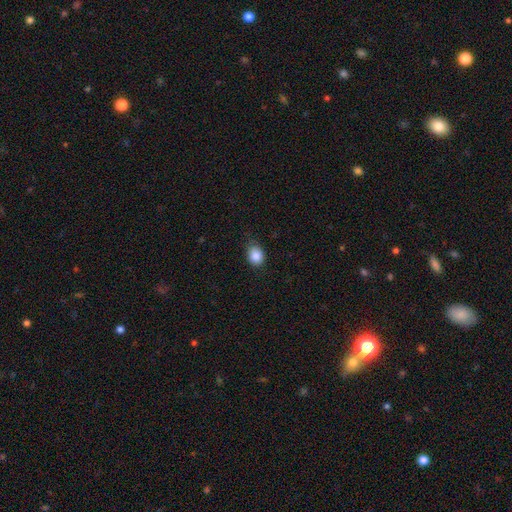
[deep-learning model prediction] This appears to be a smooth galaxy with no disk features (87%) that is round (55%). Merging: none (70%).